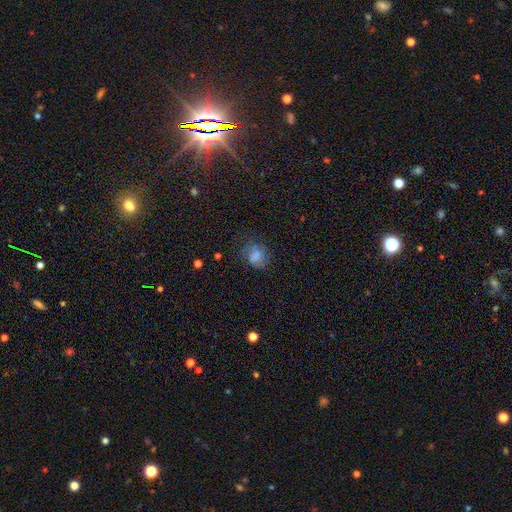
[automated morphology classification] A smooth galaxy with no disk features (63%) that is round (61%). Merging: none (51%).